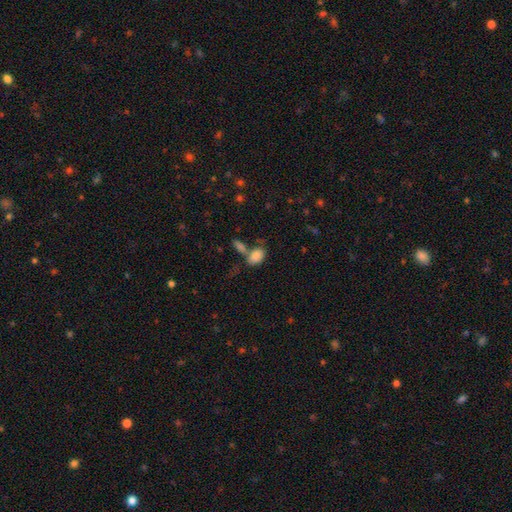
smooth-or-featured: smooth: 93% | star or artifact: 5% | featured or disk: 2%
  how-rounded: in between: 88% | round: 10% | cigar-shaped: 2%
  merging: merger: 49% | none: 41% | major disturbance: 10% | minor disturbance: 0%